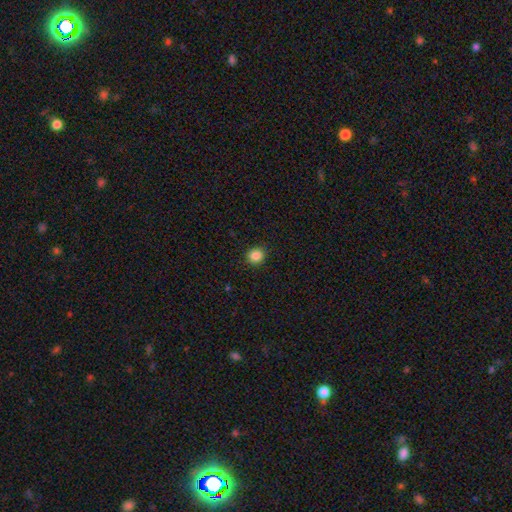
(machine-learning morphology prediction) Overall: smooth (86%). How rounded: round (87%). Merging: none (91%).